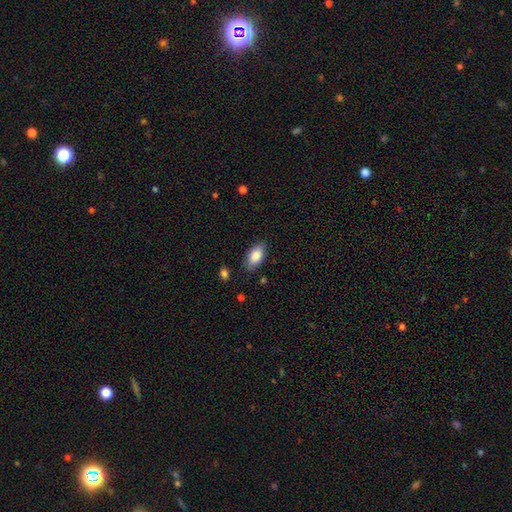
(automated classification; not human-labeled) This appears to be a smooth galaxy with no disk features (86%) that is in between round and cigar-shaped (93%). Merging: none (83%).